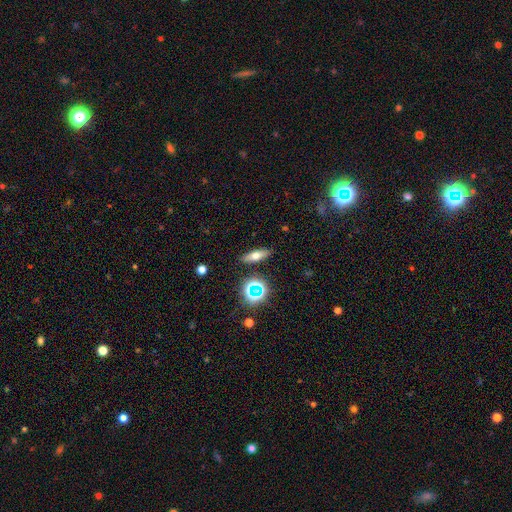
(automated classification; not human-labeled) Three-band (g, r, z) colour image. It shows a smooth galaxy with no disk features (59%) that is in between round and cigar-shaped (48%). Merging: none (87%).